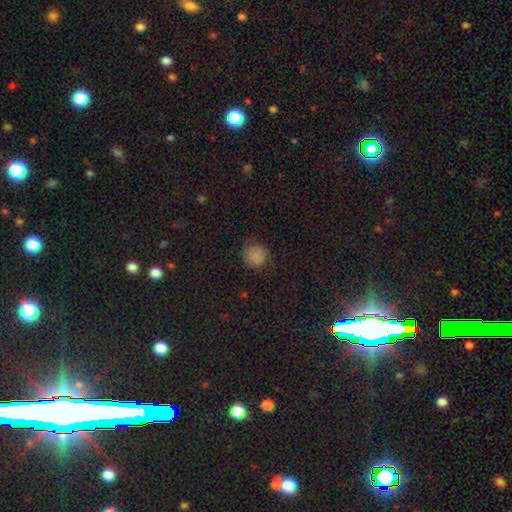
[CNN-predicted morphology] Smooth or featured: smooth — 71% (star or artifact — 17%)
How rounded: round — 87% (in between — 12%)
Merging: none — 70% (minor disturbance — 20%)